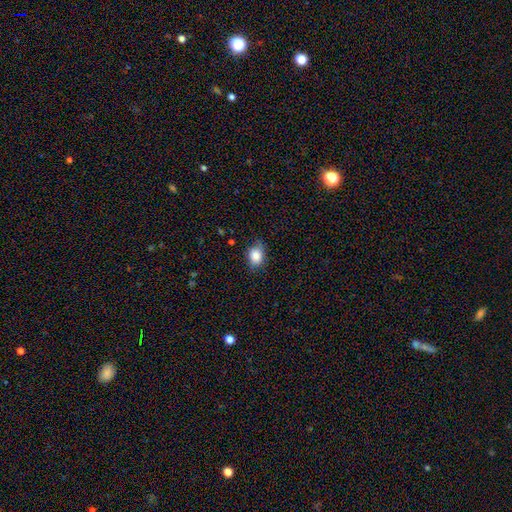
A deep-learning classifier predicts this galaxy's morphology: smooth-or-featured: smooth: 83% | star or artifact: 9% | featured or disk: 8%
  how-rounded: in between: 59% | round: 40% | cigar-shaped: 1%
  merging: none: 66% | minor disturbance: 27% | major disturbance: 6% | merger: 1%